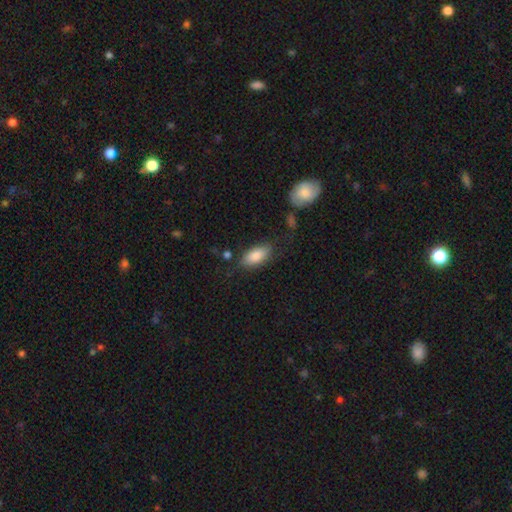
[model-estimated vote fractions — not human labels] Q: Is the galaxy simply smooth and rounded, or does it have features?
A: smooth — 83%.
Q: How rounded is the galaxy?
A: in between — 88%.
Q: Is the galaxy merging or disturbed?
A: none — 70%.